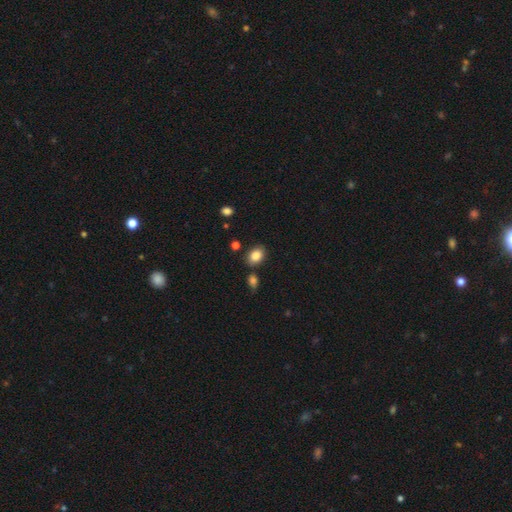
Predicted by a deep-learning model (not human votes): The model was most divided on "how rounded": in between: 71%, round: 28%, cigar-shaped: 1%. More confident: smooth or featured — smooth (85%); merging — none (78%).